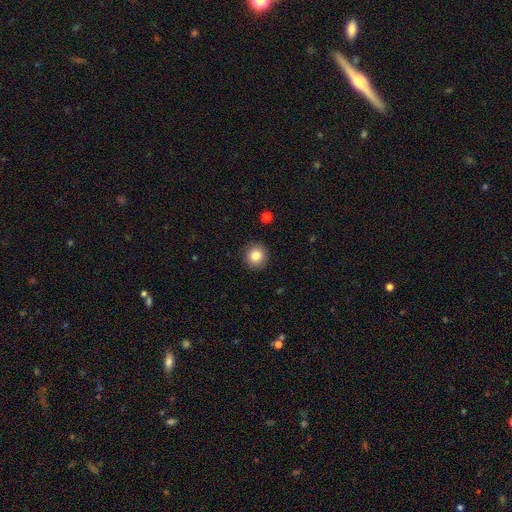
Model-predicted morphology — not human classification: Smooth or featured: smooth — 83% (star or artifact — 10%)
How rounded: round — 93% (in between — 6%)
Merging: none — 91% (minor disturbance — 6%)